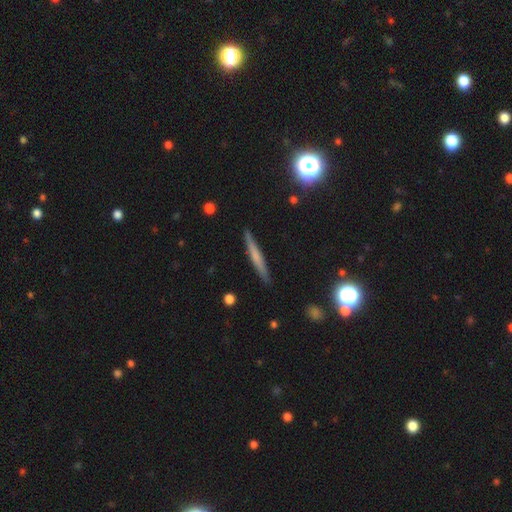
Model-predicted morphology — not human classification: smooth-or-featured: smooth: 51% | featured or disk: 41% | star or artifact: 8%
  how-rounded: cigar-shaped: 94% | in between: 3% | round: 2%
  merging: none: 89% | minor disturbance: 8% | major disturbance: 2% | merger: 1%